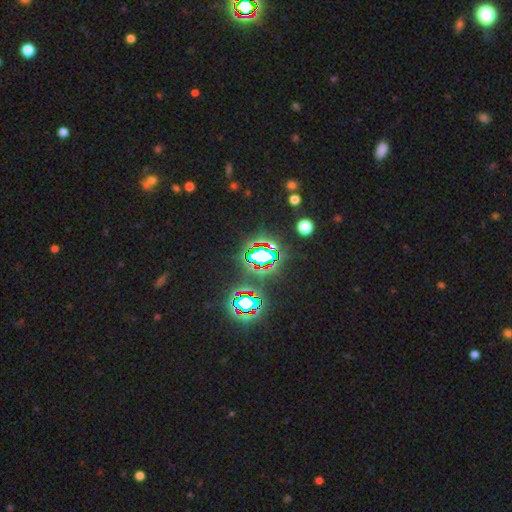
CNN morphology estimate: A star or artifact, not a galaxy (73%).

Vote fractions:
- Smooth or featured? star or artifact: 73% / smooth: 15% / featured or disk: 11%